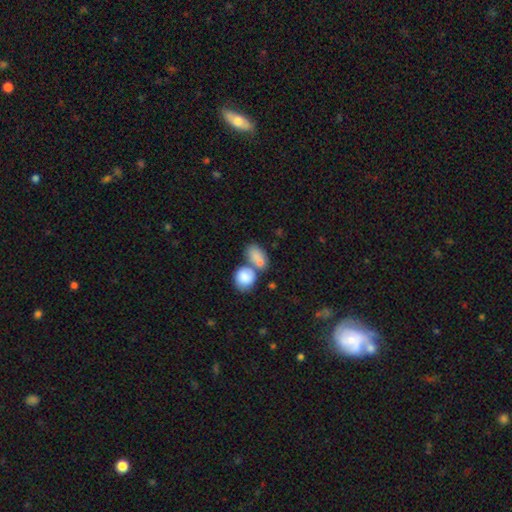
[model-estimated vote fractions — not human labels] Smooth or featured?
  - smooth: 82% *
  - featured or disk: 11%
  - star or artifact: 7%
How rounded?
  - in between: 77% *
  - round: 21%
  - cigar-shaped: 3%
Merging?
  - merger: 58% *
  - none: 28%
  - minor disturbance: 9%
  - major disturbance: 5%